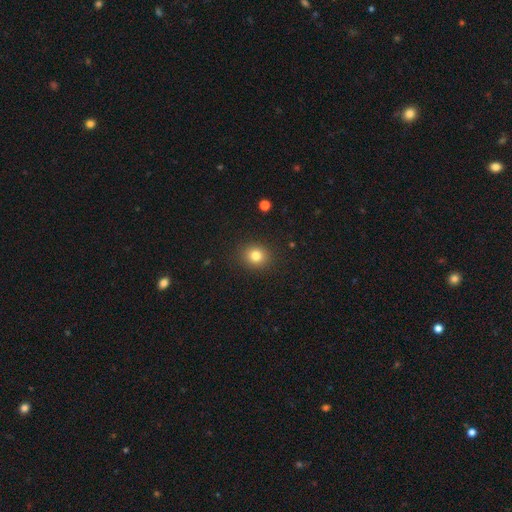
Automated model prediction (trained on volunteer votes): smooth-or-featured: smooth: 81% | star or artifact: 12% | featured or disk: 7%
  how-rounded: round: 80% | in between: 19% | cigar-shaped: 1%
  merging: none: 90% | minor disturbance: 7% | major disturbance: 2% | merger: 1%